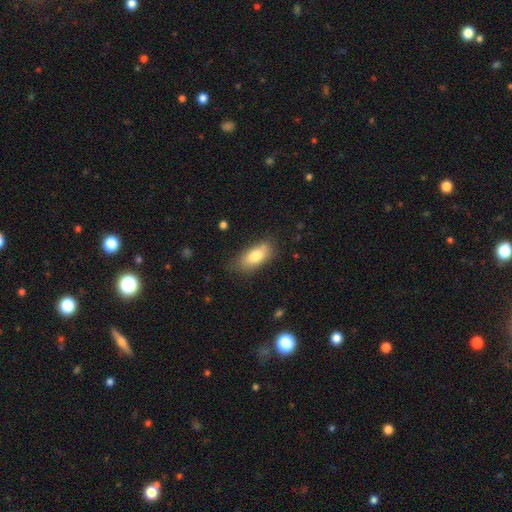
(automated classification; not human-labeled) Morphology: type=smooth (80%); roundness=in between (85%); merging=none (71%).